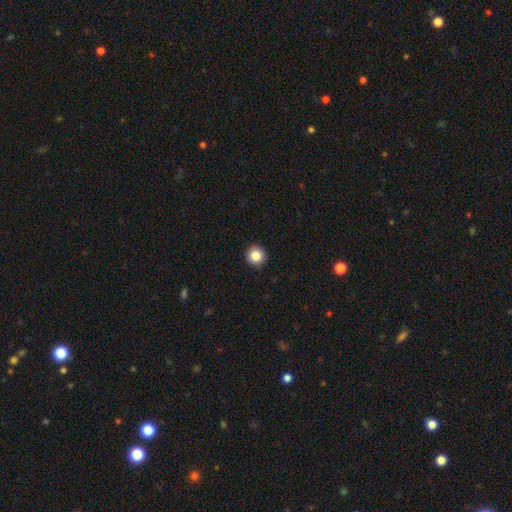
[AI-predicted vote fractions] Smooth or featured? Predicted: smooth (p=0.85). How rounded? Predicted: round (p=0.96). Merging? Predicted: none (p=0.93).